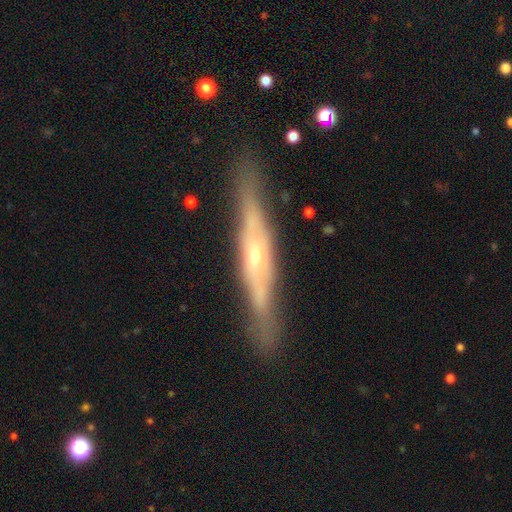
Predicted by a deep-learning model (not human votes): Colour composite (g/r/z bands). It shows a featured or disk galaxy (77%) viewed edge-on (87%) with a rounded central bulge (71%). Merging: none (83%).